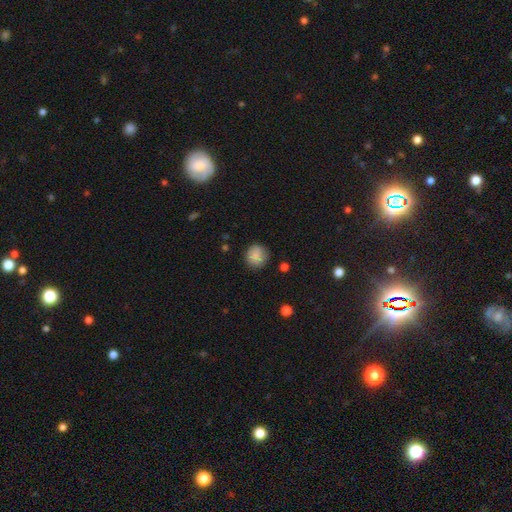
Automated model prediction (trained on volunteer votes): A smooth galaxy with no disk features (84%) that is round (88%). Merging: none (80%).